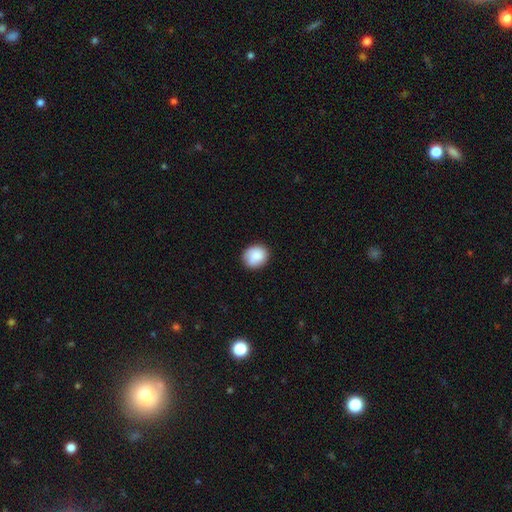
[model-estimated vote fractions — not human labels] Q: Smooth or featured?
A: smooth (86%); runner-up: star or artifact (7%)
Q: How rounded?
A: round (75%); runner-up: in between (24%)
Q: Merging?
A: none (83%); runner-up: minor disturbance (13%)